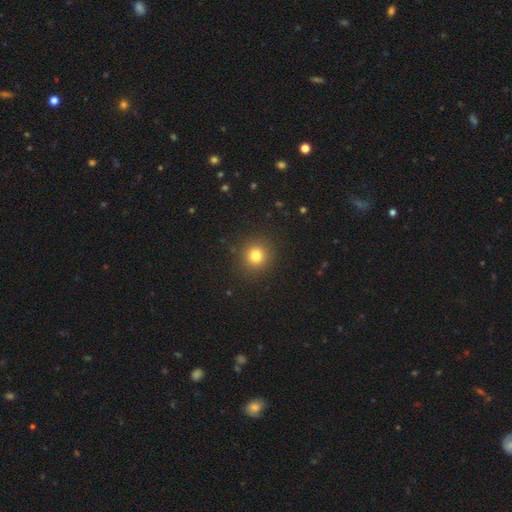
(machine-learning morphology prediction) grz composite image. It shows a smooth galaxy with no disk features (80%) that is round (92%). Merging: none (90%).